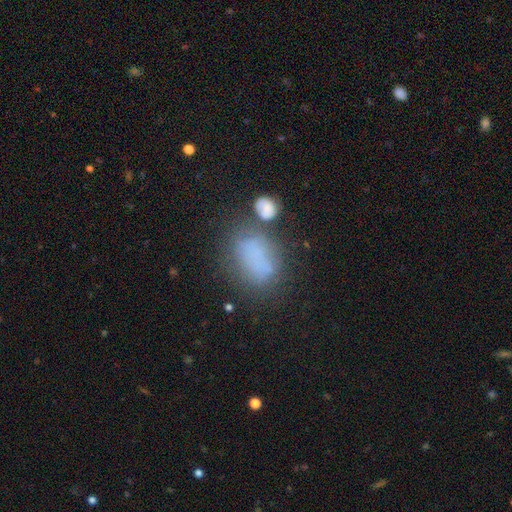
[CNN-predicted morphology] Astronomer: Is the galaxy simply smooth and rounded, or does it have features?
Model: smooth — 64%.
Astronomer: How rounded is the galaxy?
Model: in between — 80%.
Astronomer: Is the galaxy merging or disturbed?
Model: none — 44% (runner-up: minor disturbance, 21%).